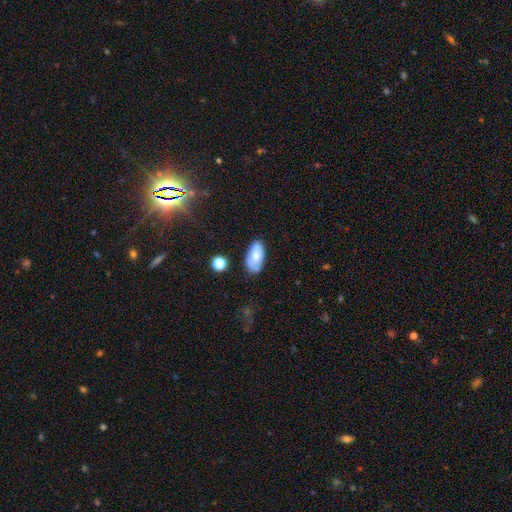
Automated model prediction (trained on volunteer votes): smooth-or-featured: smooth: 70% | featured or disk: 22% | star or artifact: 8%
  how-rounded: in between: 93% | cigar-shaped: 4% | round: 3%
  merging: none: 64% | minor disturbance: 26% | major disturbance: 6% | merger: 4%